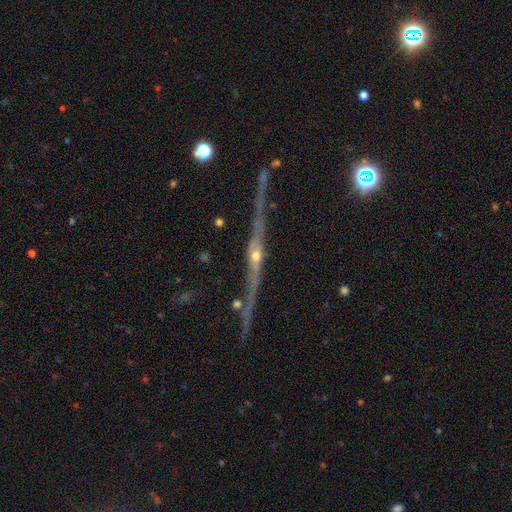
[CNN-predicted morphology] type=featured or disk (83%); edge-on=yes (95%); edge-on bulge=rounded (86%); merging=none (78%).